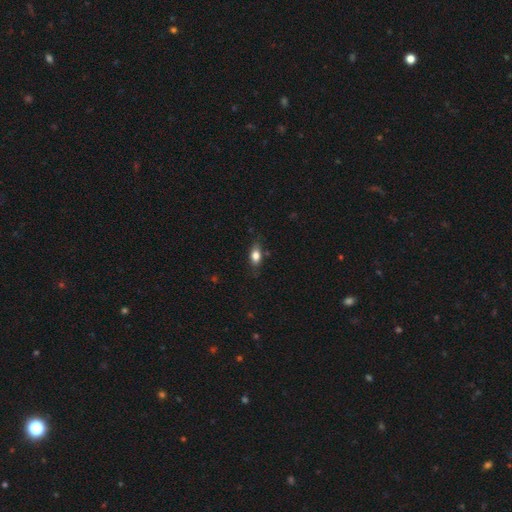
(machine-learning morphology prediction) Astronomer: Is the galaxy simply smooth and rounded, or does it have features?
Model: smooth — 78%.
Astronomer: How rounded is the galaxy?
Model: in between — 81%.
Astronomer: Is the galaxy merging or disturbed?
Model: none — 76%.